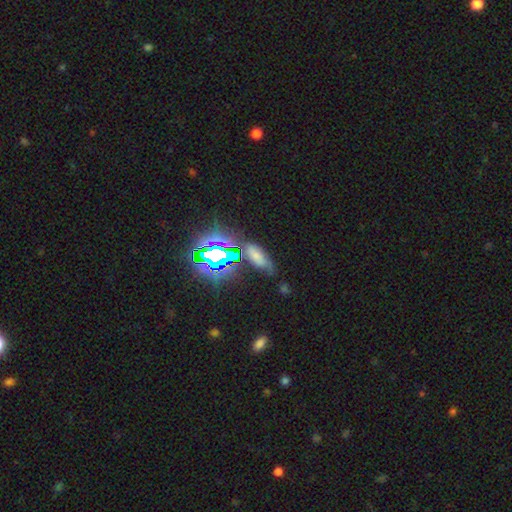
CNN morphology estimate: Overall: smooth (47%; star or artifact 37%). Merging: none (59%; minor disturbance 25%).